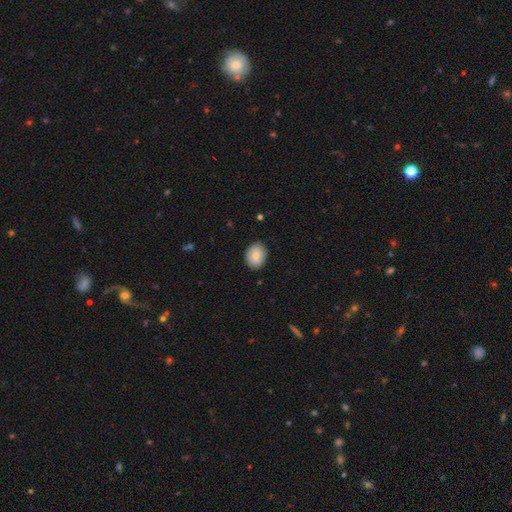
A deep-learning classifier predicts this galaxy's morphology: type=smooth (80%); roundness=in between (56%); merging=none (86%).